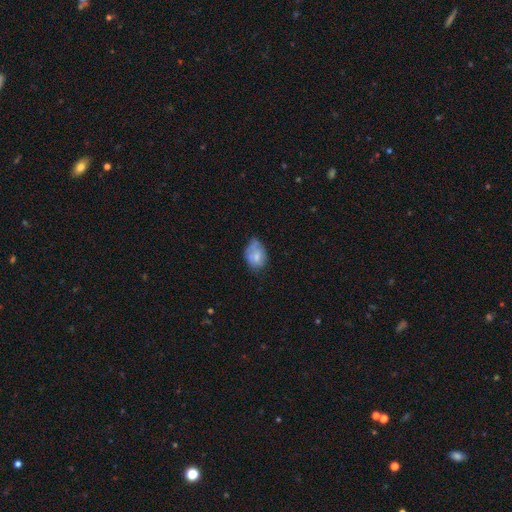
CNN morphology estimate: A smooth galaxy with no disk features (62%) that is in between round and cigar-shaped (76%).

Vote fractions:
- Smooth or featured? smooth: 62% / featured or disk: 29% / star or artifact: 9%
- How rounded? in between: 76% / round: 22% / cigar-shaped: 1%
- Merging? none: 40% / minor disturbance: 38% / major disturbance: 16% / merger: 5%